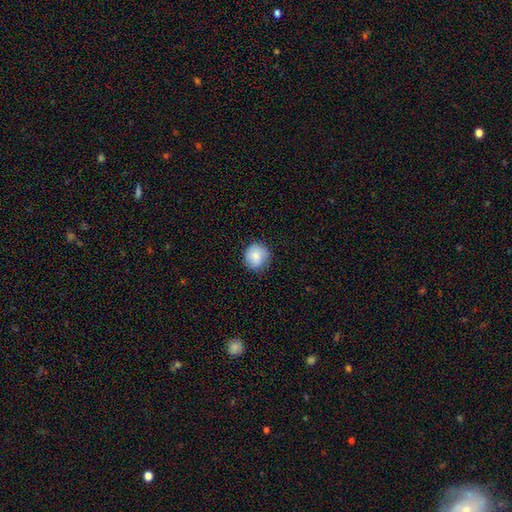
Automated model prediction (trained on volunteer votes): smooth 85%, featured or disk 8%, star or artifact 8%. Down the decision tree: how rounded — round (91%); merging — none (83%).